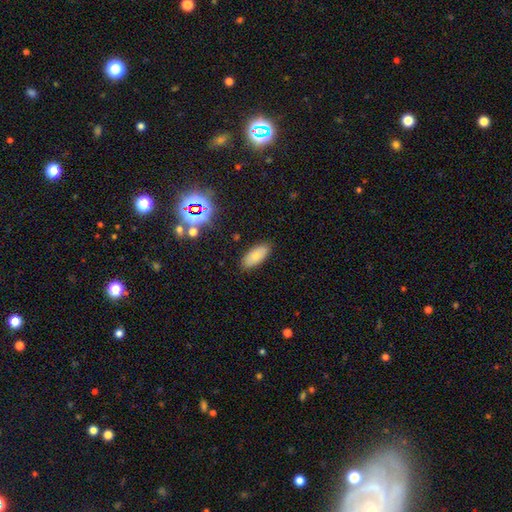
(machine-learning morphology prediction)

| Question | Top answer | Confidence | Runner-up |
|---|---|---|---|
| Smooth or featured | smooth | 71% | featured or disk (19%) |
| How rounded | in between | 88% | cigar-shaped (9%) |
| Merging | none | 87% | minor disturbance (9%) |